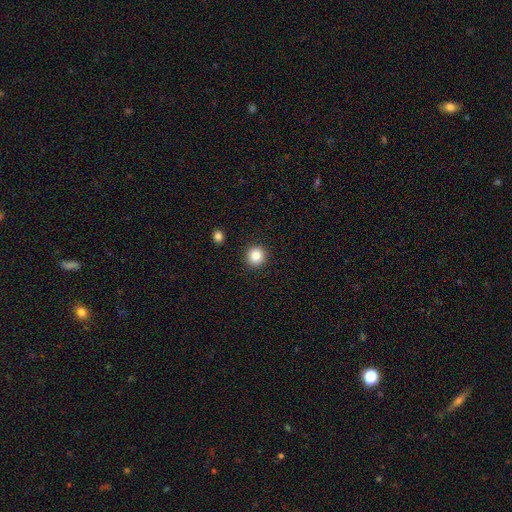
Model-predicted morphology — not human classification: Smooth or featured: smooth — 87% (star or artifact — 9%)
How rounded: round — 92% (in between — 7%)
Merging: none — 91% (minor disturbance — 5%)